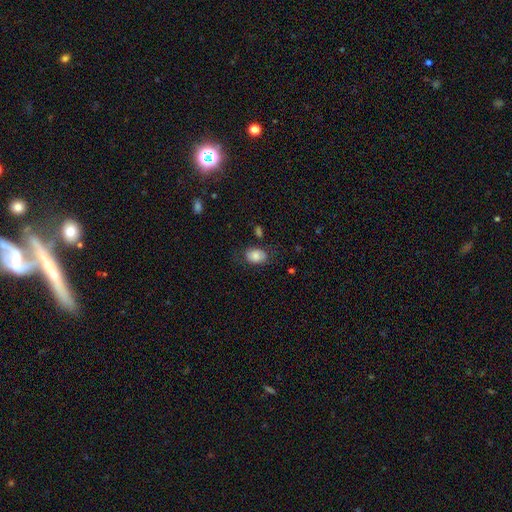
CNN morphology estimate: This appears to be a smooth galaxy with no disk features (81%) that is in between round and cigar-shaped (78%). Merging: none (68%).